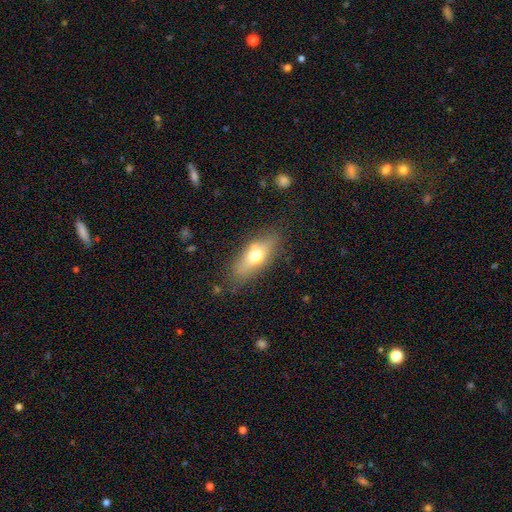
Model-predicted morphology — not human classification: smooth_or_featured: smooth (p=0.61) [alt: featured or disk p=0.31]
how_rounded: in between (p=0.72) [alt: cigar-shaped p=0.22]
merging: none (p=0.75) [alt: minor disturbance p=0.18]